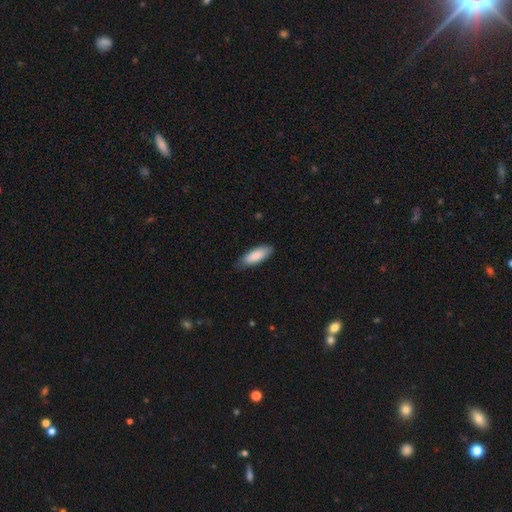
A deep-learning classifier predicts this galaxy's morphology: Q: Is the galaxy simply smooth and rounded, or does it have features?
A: smooth — 85%.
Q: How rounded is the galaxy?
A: in between — 70%.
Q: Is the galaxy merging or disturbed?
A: none — 76%.